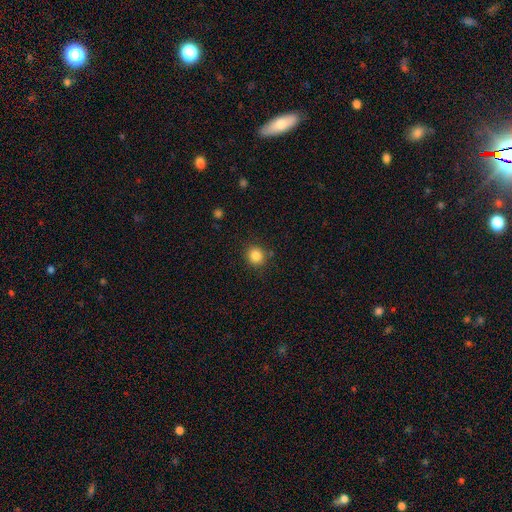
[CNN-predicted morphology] Q: Smooth or featured?
A: smooth (85%); runner-up: star or artifact (11%)
Q: How rounded?
A: round (85%); runner-up: in between (14%)
Q: Merging?
A: none (87%); runner-up: minor disturbance (8%)